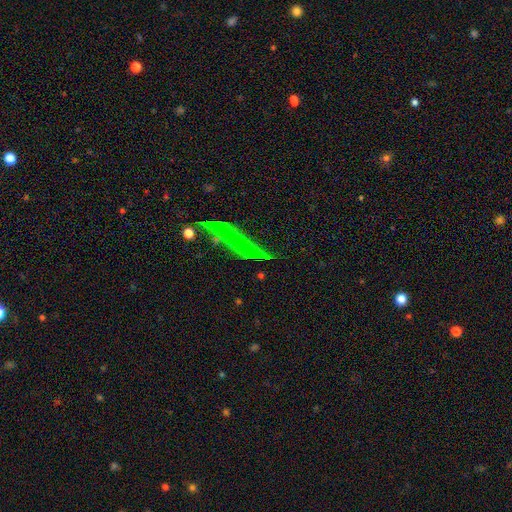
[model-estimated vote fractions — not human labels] star or artifact 64%, featured or disk 18%, smooth 18%.